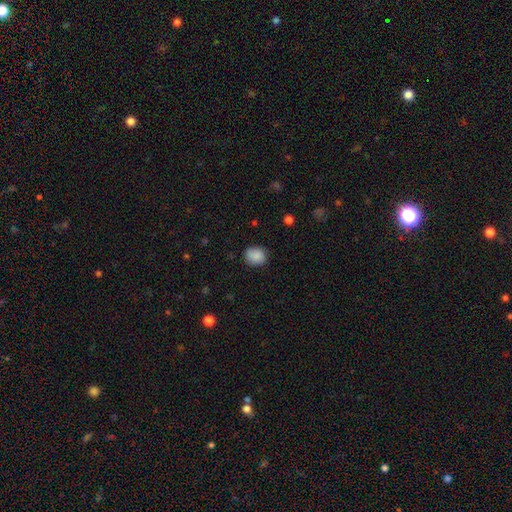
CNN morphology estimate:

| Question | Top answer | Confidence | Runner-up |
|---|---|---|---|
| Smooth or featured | smooth | 86% | star or artifact (8%) |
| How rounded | round | 69% | in between (30%) |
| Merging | none | 81% | minor disturbance (15%) |